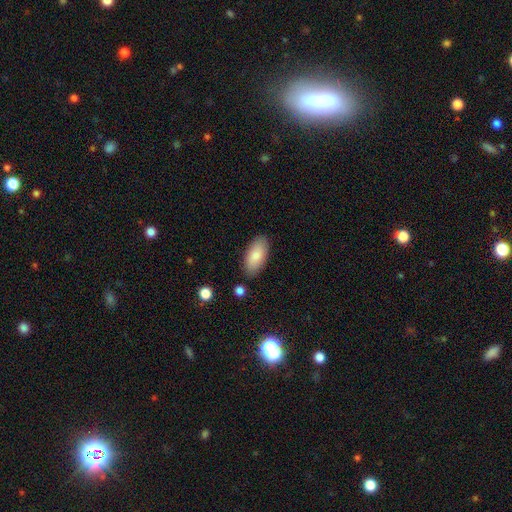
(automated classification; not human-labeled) smooth-or-featured: smooth: 82% | featured or disk: 12% | star or artifact: 6%
  how-rounded: in between: 92% | cigar-shaped: 6% | round: 2%
  merging: none: 85% | minor disturbance: 11% | major disturbance: 2% | merger: 2%